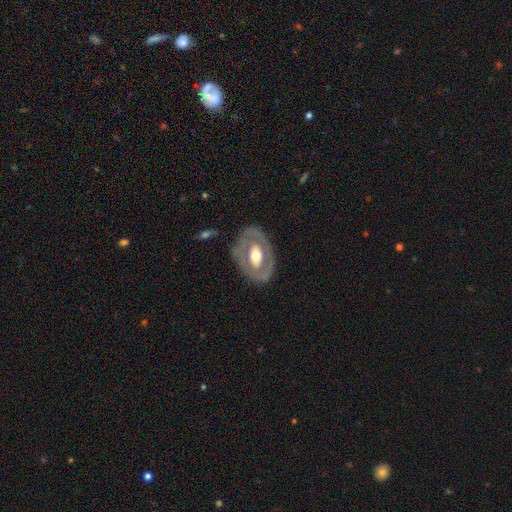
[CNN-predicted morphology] This is likely a featured or disk galaxy (60%). It is clearly not viewed edge-on (91%). Bar: likely no (65%). Spiral arm pattern: clearly no (82%). Central bulge: likely moderate (60%). Merging: likely none (77%).